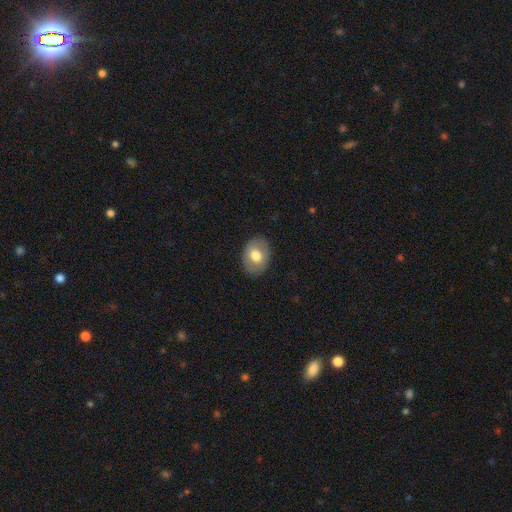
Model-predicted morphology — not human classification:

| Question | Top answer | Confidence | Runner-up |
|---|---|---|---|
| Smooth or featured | smooth | 68% | featured or disk (25%) |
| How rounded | in between | 71% | round (28%) |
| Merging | none | 84% | minor disturbance (11%) |